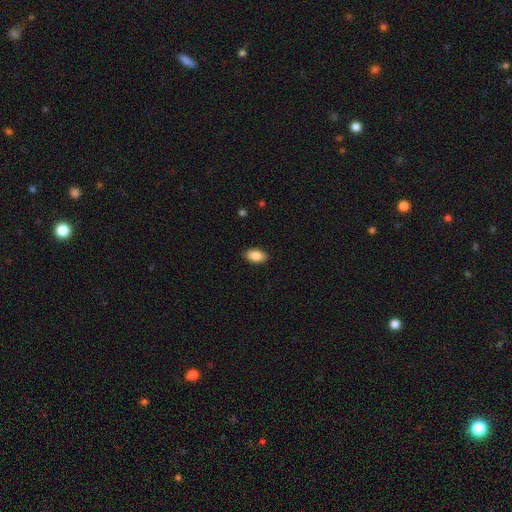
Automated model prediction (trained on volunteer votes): Overall: smooth (87%). How rounded: in between (92%). Merging: none (88%).